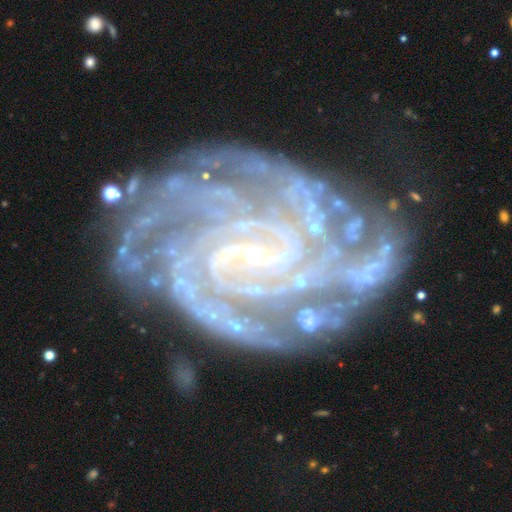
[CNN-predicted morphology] Smooth or featured? featured or disk (92%)
Edge-on disk? no (98%)
Bar? weak (45%)
Spiral arms? yes (98%)
Spiral winding? tight (74%)
Spiral arm count? 4 (24%)
Bulge size? small (79%)
Merging? none (70%)